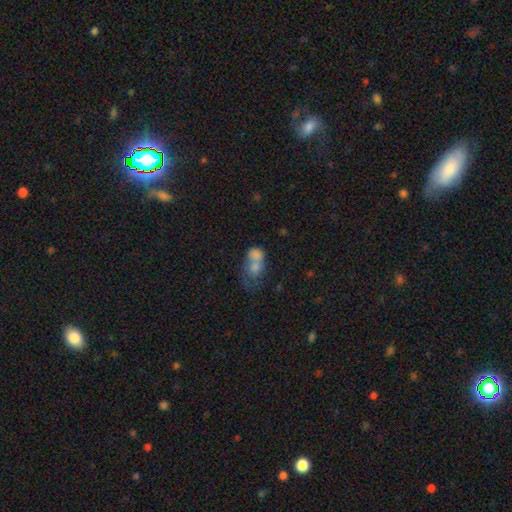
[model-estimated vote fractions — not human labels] Overall: smooth (70%). How rounded: in between (58%; round 41%). Merging: merger (69%).